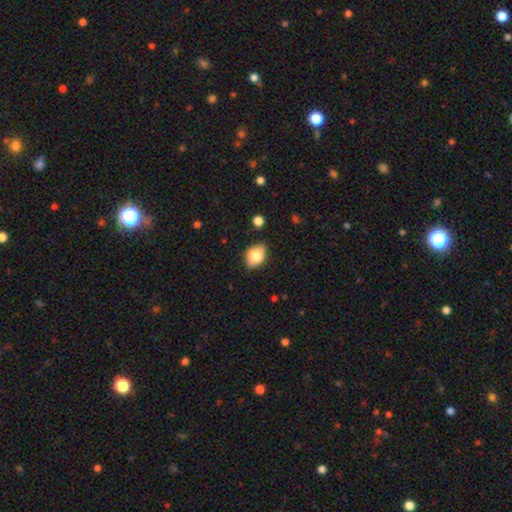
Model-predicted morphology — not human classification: A smooth galaxy with no disk features (79%) that is in between round and cigar-shaped (76%). Merging: none (80%).